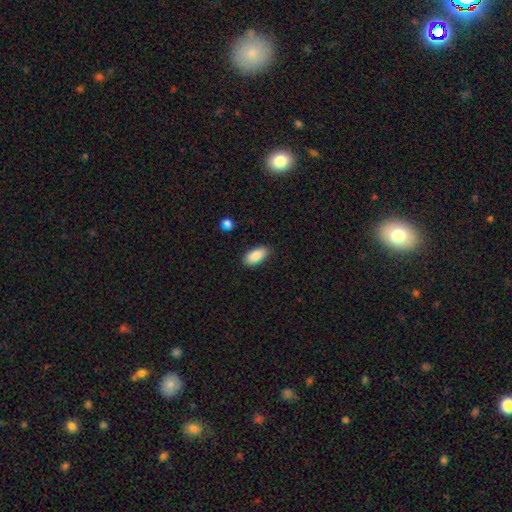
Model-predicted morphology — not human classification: Smooth or featured? Predicted: smooth (p=0.88). How rounded? Predicted: in between (p=0.92). Merging? Predicted: none (p=0.86).